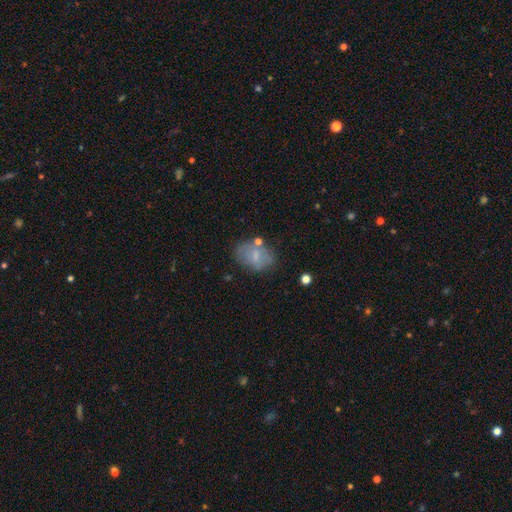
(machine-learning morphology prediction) Q: Smooth or featured?
A: smooth (60%); runner-up: featured or disk (30%)
Q: How rounded?
A: in between (75%); runner-up: round (23%)
Q: Merging?
A: none (62%); runner-up: minor disturbance (22%)